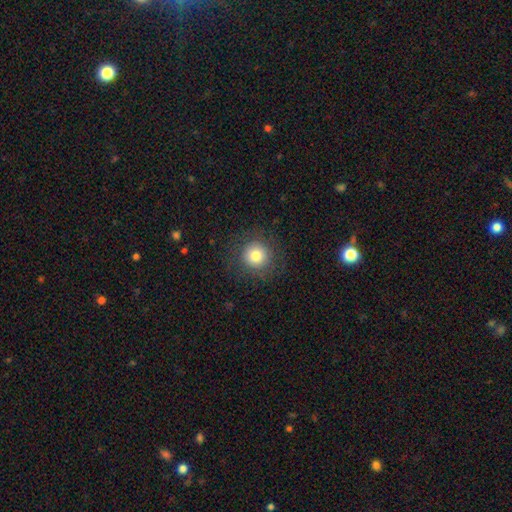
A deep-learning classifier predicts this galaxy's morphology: This is likely a smooth galaxy (78%). How rounded: clearly round (94%). Merging: clearly none (86%).